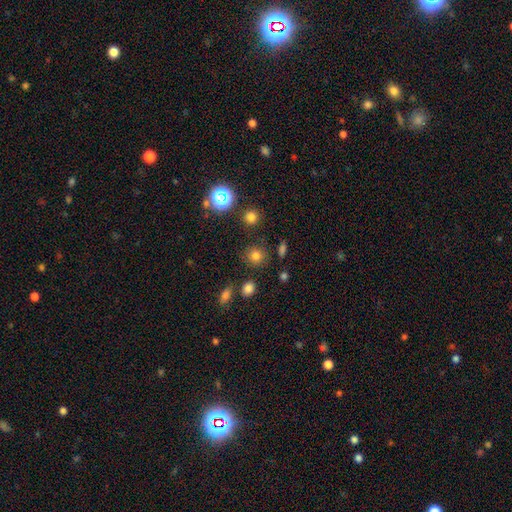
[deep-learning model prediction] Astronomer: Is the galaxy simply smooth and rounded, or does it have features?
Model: smooth — 77%.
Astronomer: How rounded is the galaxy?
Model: round — 88%.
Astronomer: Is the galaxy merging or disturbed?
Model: none — 84%.